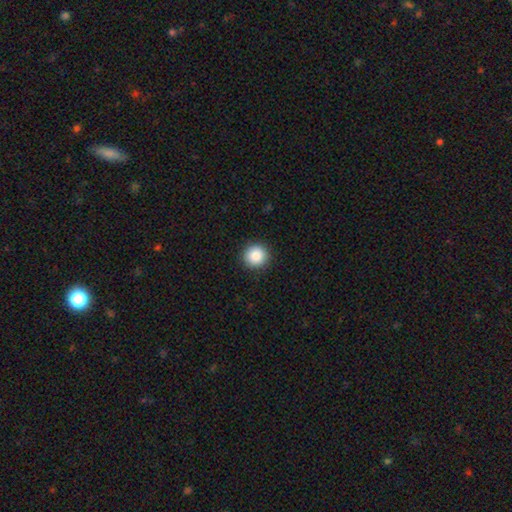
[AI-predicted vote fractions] Morphology: type=smooth (87%); roundness=round (94%); merging=none (92%).